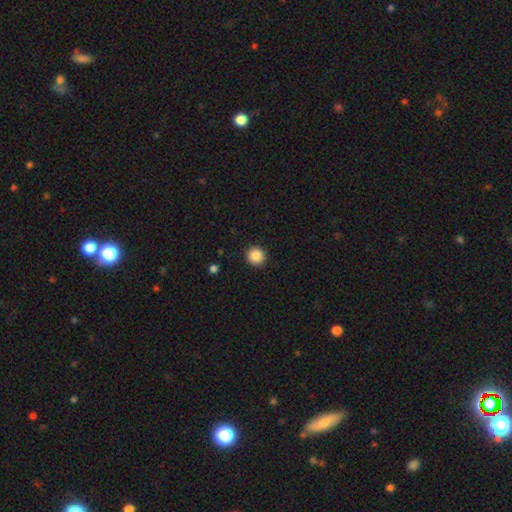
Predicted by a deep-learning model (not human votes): This is clearly a smooth galaxy (87%). How rounded: clearly round (94%). Merging: clearly none (92%).